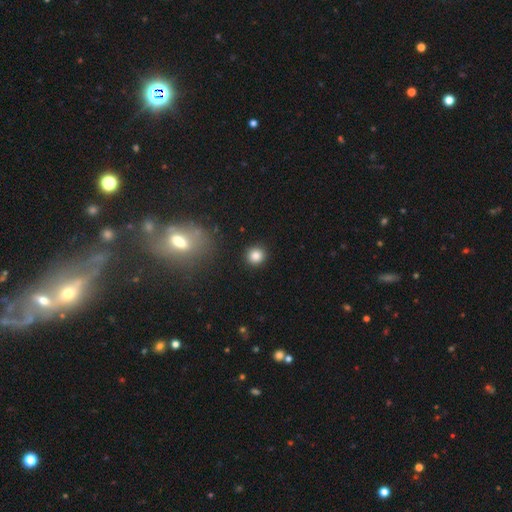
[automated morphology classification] smooth_or_featured: smooth (p=0.85) [alt: star or artifact p=0.11]
how_rounded: round (p=0.92) [alt: in between p=0.07]
merging: none (p=0.91) [alt: minor disturbance p=0.05]